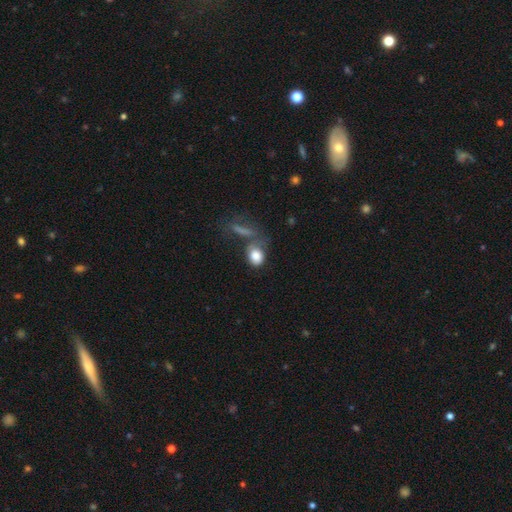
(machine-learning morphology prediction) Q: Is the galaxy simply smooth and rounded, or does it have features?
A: smooth — 82%.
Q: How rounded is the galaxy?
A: in between — 57%.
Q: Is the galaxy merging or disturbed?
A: none — 38%.